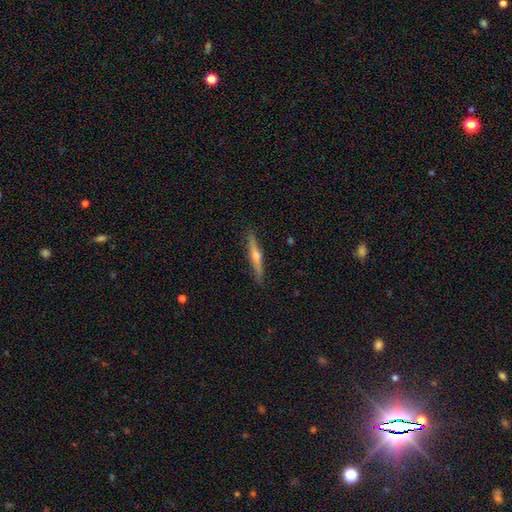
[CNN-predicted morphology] This appears to be a featured or disk galaxy (69%) viewed edge-on (98%) with a rounded central bulge (89%). Merging: none (90%).